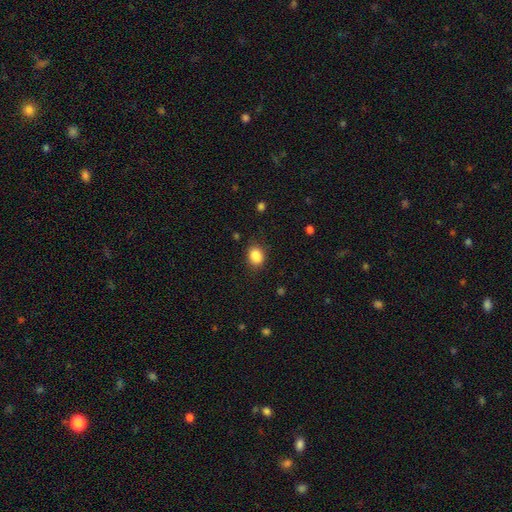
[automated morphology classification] This appears to be a smooth galaxy with no disk features (87%) that is in between round and cigar-shaped (60%). Merging: none (80%).